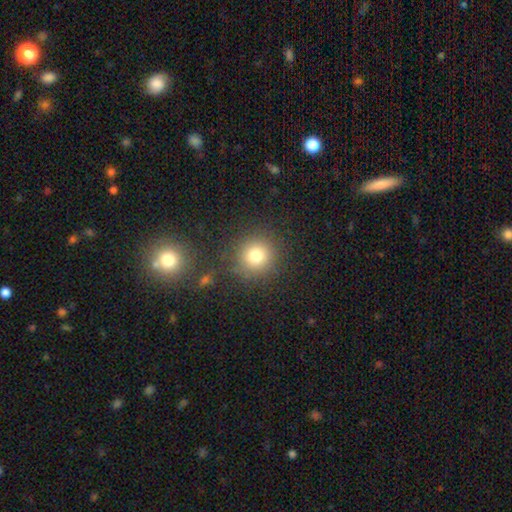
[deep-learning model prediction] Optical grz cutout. It shows a smooth galaxy with no disk features (77%) that is round (92%). Merging: none (85%).